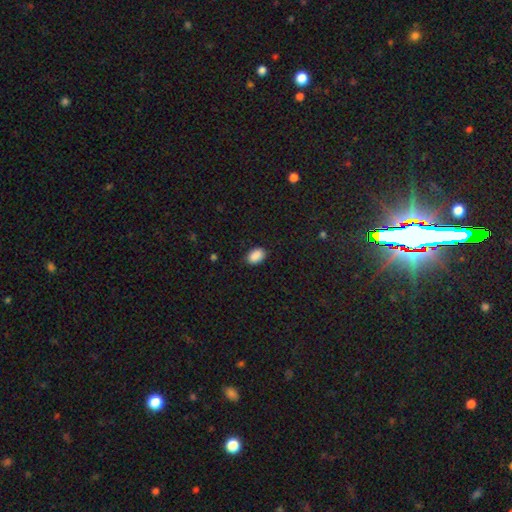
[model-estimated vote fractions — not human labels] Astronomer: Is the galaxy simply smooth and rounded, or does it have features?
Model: smooth — 89%.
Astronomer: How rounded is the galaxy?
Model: in between — 86%.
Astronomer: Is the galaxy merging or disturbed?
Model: none — 85%.